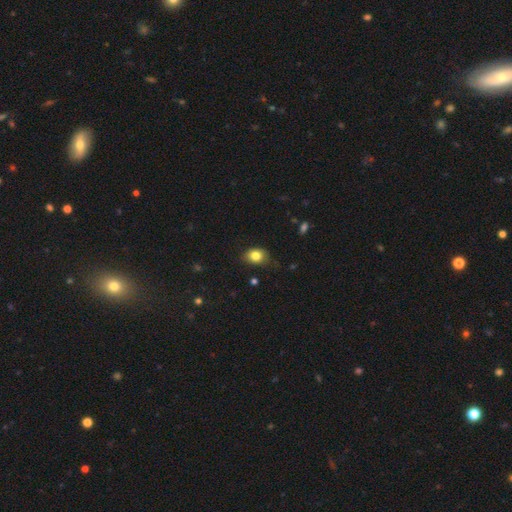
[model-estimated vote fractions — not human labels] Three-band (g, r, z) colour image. It shows a smooth galaxy with no disk features (82%) that is in between round and cigar-shaped (58%). Merging: none (71%).